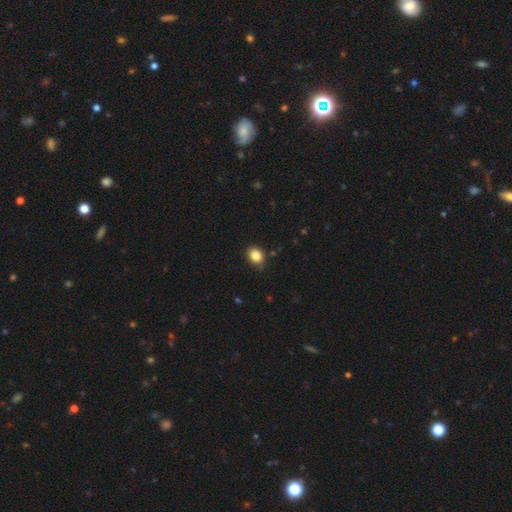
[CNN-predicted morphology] Smooth or featured? Predicted: smooth (p=0.85). How rounded? Predicted: round (p=0.54). Merging? Predicted: none (p=0.77).